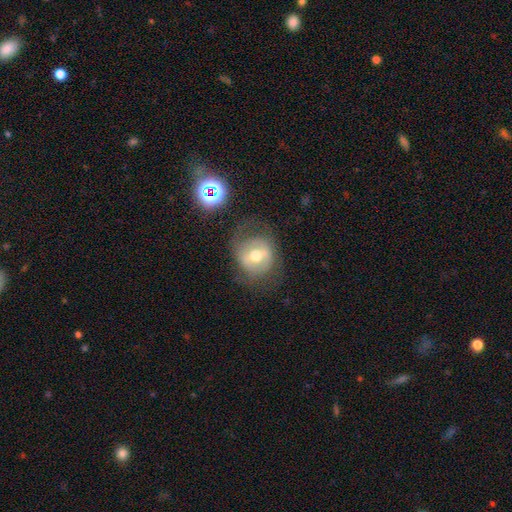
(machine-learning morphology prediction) A featured or disk galaxy (55%) with a weak bar (40%), no spiral arms (54%) and a moderate central bulge (71%). Merging: none (61%).